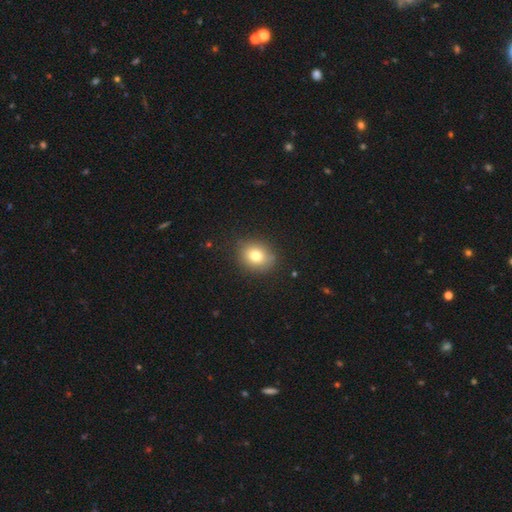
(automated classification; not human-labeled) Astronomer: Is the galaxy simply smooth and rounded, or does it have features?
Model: smooth — 77%.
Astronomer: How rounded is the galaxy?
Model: round — 61% (runner-up: in between, 38%).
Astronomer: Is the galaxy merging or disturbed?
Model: none — 85%.